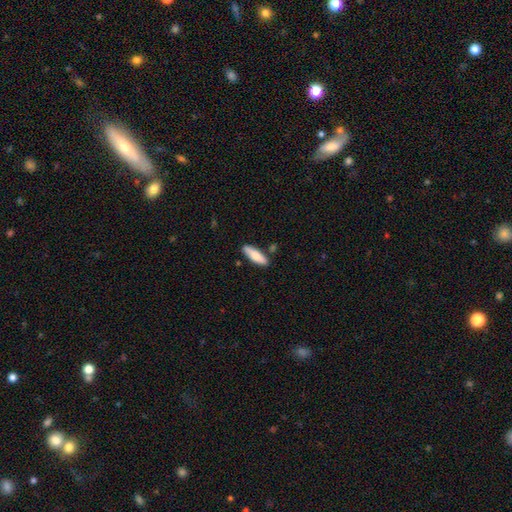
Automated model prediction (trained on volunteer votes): smooth 74%, featured or disk 20%, star or artifact 5%. Down the decision tree: how rounded — cigar-shaped (51%); merging — none (83%).